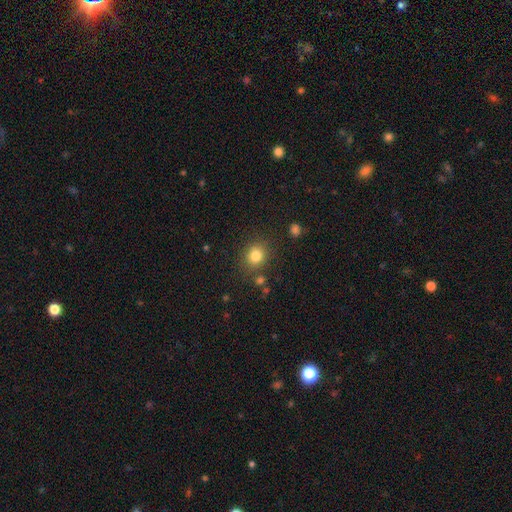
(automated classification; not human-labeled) Morphology: type=smooth (82%); roundness=round (77%); merging=none (82%).